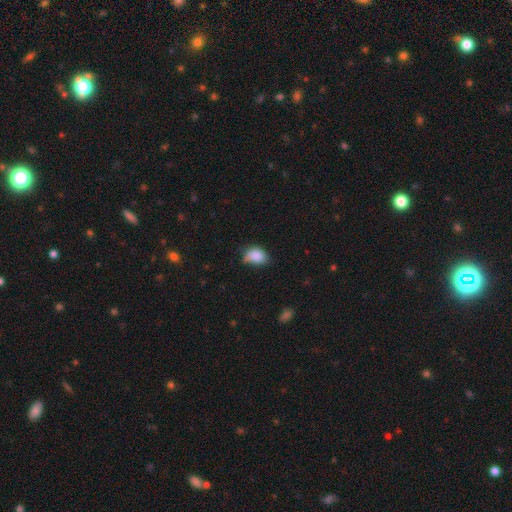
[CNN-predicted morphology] smooth-or-featured: smooth: 86% | star or artifact: 9% | featured or disk: 6%
  how-rounded: in between: 76% | round: 23% | cigar-shaped: 1%
  merging: none: 48% | minor disturbance: 40% | major disturbance: 9% | merger: 3%